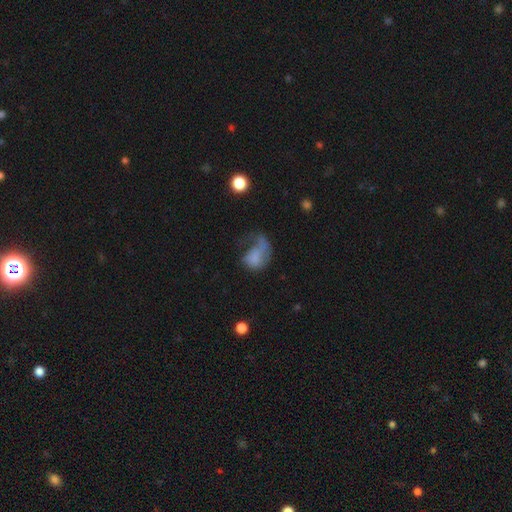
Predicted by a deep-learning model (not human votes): smooth_or_featured: smooth (p=0.54) [alt: featured or disk p=0.34]
how_rounded: in between (p=0.70) [alt: round p=0.28]
merging: major disturbance (p=0.57) [alt: none p=0.19]